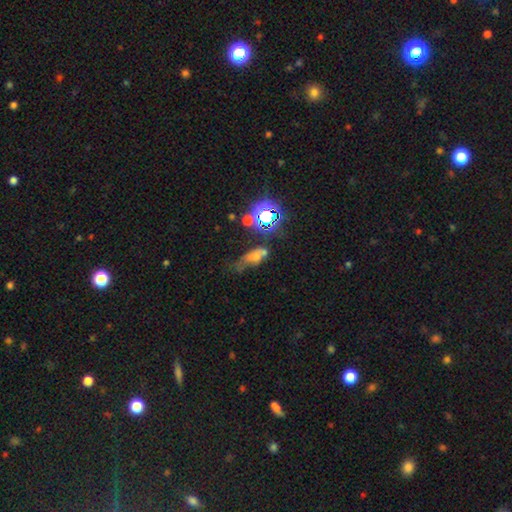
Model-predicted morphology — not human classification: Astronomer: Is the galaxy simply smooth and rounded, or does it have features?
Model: smooth — 49% (runner-up: star or artifact, 28%).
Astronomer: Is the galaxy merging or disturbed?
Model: none — 28% (runner-up: major disturbance, 26%).